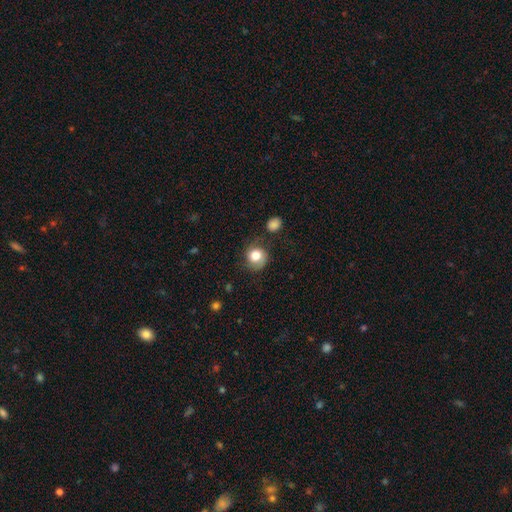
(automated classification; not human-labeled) Smooth or featured?
  - smooth: 76% *
  - featured or disk: 15%
  - star or artifact: 8%
How rounded?
  - round: 80% *
  - in between: 19%
  - cigar-shaped: 1%
Merging?
  - none: 65% *
  - minor disturbance: 22%
  - major disturbance: 9%
  - merger: 4%